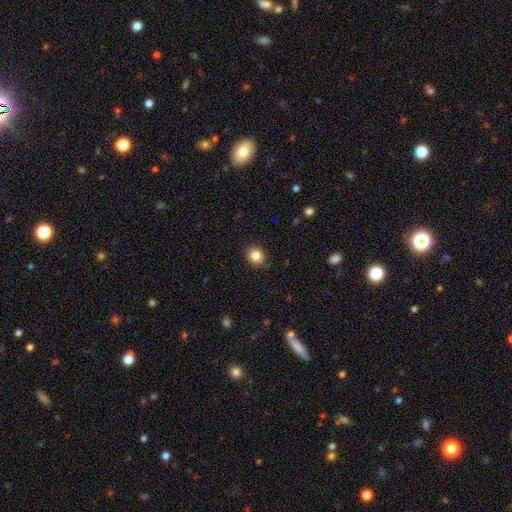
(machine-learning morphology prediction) Smooth or featured?
  - smooth: 84% *
  - star or artifact: 10%
  - featured or disk: 5%
How rounded?
  - round: 73% *
  - in between: 26%
  - cigar-shaped: 1%
Merging?
  - none: 89% *
  - minor disturbance: 8%
  - major disturbance: 2%
  - merger: 1%